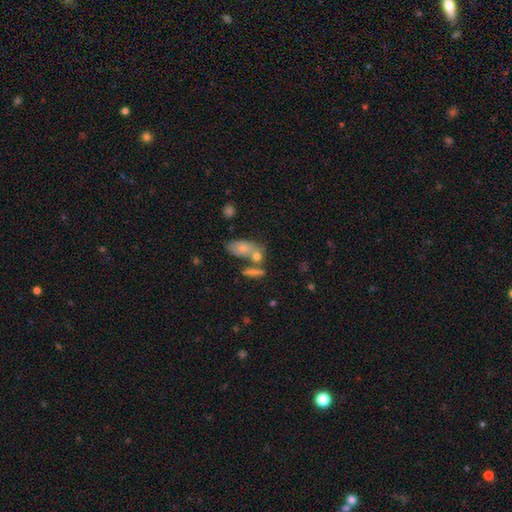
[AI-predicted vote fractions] Morphology: type=smooth (49%); merging=none (42%).